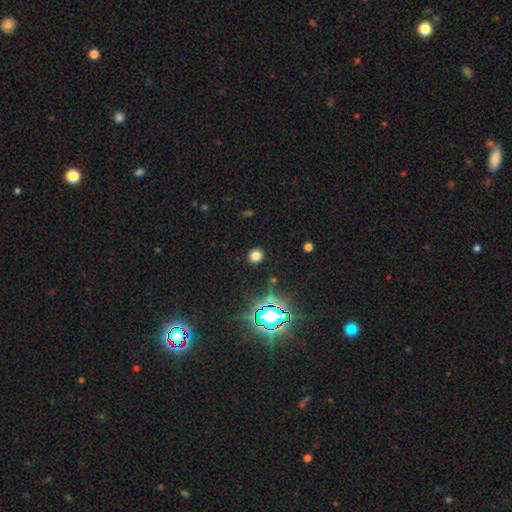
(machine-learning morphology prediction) A smooth galaxy with no disk features (74%) that is round (87%).

Vote fractions:
- Smooth or featured? smooth: 74% / star or artifact: 21% / featured or disk: 5%
- How rounded? round: 87% / in between: 11% / cigar-shaped: 1%
- Merging? none: 89% / minor disturbance: 6% / major disturbance: 3% / merger: 2%